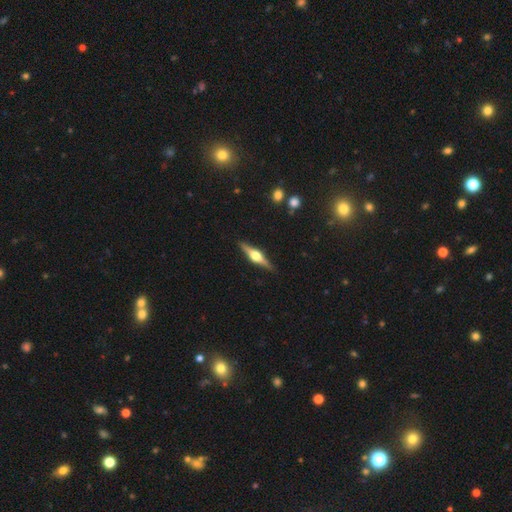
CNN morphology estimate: Smooth or featured: featured or disk — 78% (smooth — 17%)
Edge-on disk: yes — 98% (no — 2%)
Edge-on bulge: rounded — 94% (boxy — 4%)
Merging: none — 90% (minor disturbance — 7%)